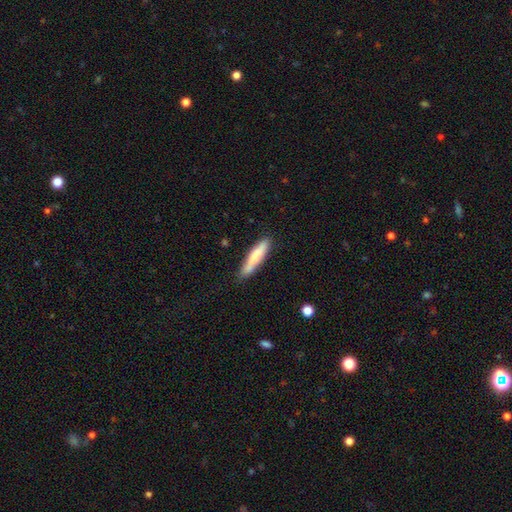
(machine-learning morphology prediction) Smooth or featured: smooth — 76% (featured or disk — 19%)
How rounded: cigar-shaped — 85% (in between — 14%)
Merging: none — 78% (minor disturbance — 17%)